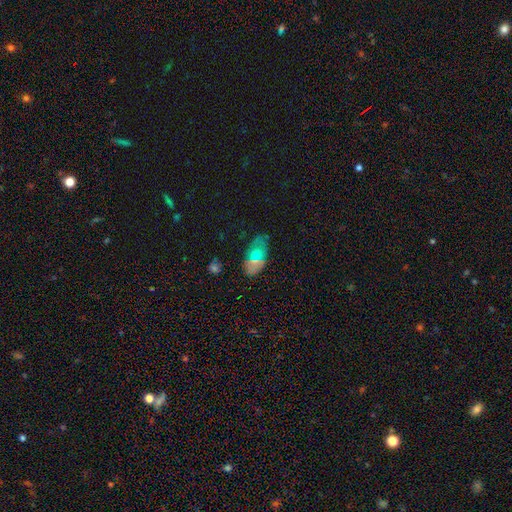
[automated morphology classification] Smooth or featured? Predicted: smooth (p=0.57). How rounded? Predicted: in between (p=0.90). Merging? Predicted: none (p=0.71).